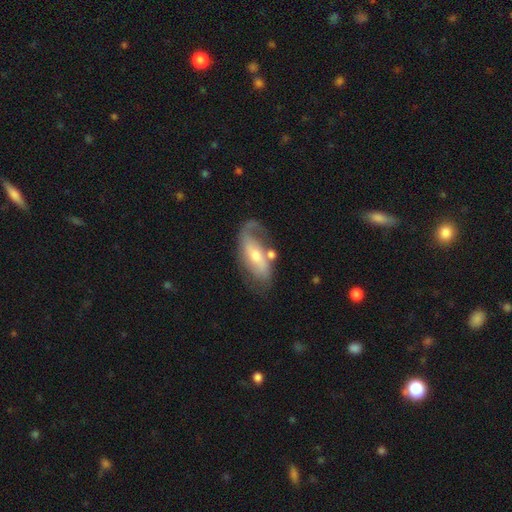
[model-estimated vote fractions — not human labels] This appears to be a featured or disk galaxy (73%) with no bar (40%), 2 (62%) loose (46%) spiral arms (85%) and a moderate central bulge (57%). Merging: none (49%).